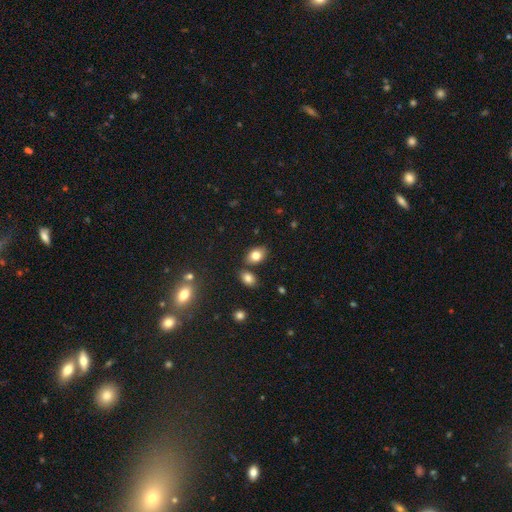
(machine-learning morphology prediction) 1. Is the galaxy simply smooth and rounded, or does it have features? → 79% smooth, 11% featured or disk, 10% star or artifact.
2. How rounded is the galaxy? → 82% in between, 17% round, 1% cigar-shaped.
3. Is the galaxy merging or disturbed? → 74% none, 12% minor disturbance, 12% merger, 3% major disturbance.